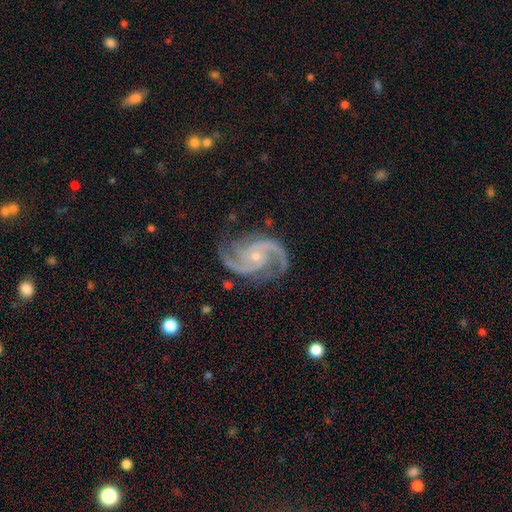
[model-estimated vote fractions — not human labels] smooth-or-featured: featured or disk: 94% | star or artifact: 4% | smooth: 2%
  disk-edge-on: no: 98% | yes: 2%
    bar: no: 69% | weak: 23% | strong: 8%
    has-spiral-arms: yes: 99% | no: 1%
      spiral-winding: medium: 62% | tight: 25% | loose: 13%
      spiral-arm-count: 2: 69% | 3: 19% | can't tell: 3% | 4: 3% | 1: 3% | more than 4: 3%
    bulge-size: small: 73% | moderate: 24% | none: 1% | large: 1% | dominant: 1%
  merging: none: 78% | minor disturbance: 15% | major disturbance: 5% | merger: 1%